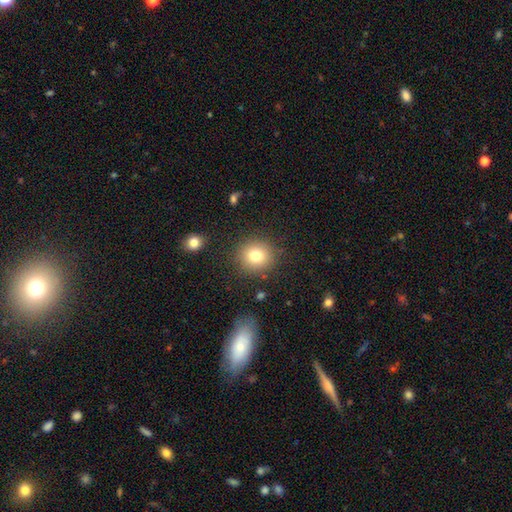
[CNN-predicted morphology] Overall: smooth (79%). How rounded: round (88%). Merging: none (86%).